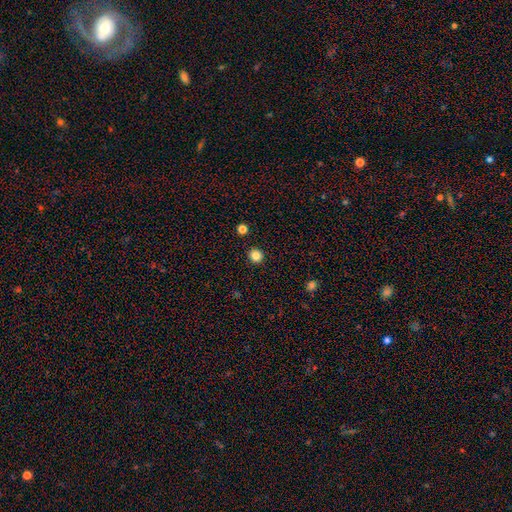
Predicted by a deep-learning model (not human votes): Q: Smooth or featured?
A: smooth (84%); runner-up: star or artifact (12%)
Q: How rounded?
A: round (93%); runner-up: in between (6%)
Q: Merging?
A: none (93%); runner-up: minor disturbance (4%)